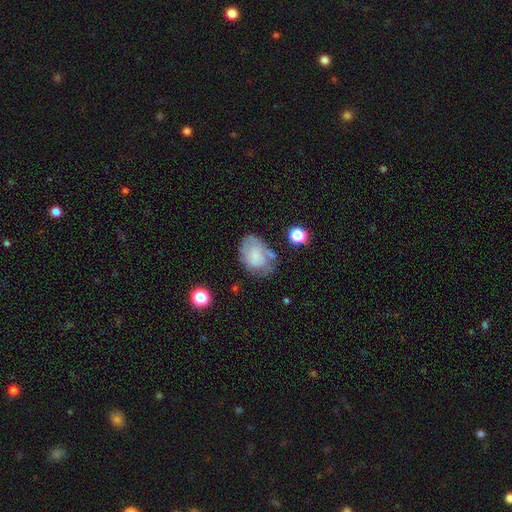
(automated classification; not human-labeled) Overall: smooth (57%; featured or disk 33%). How rounded: in between (75%). Merging: none (44%; minor disturbance 30%).